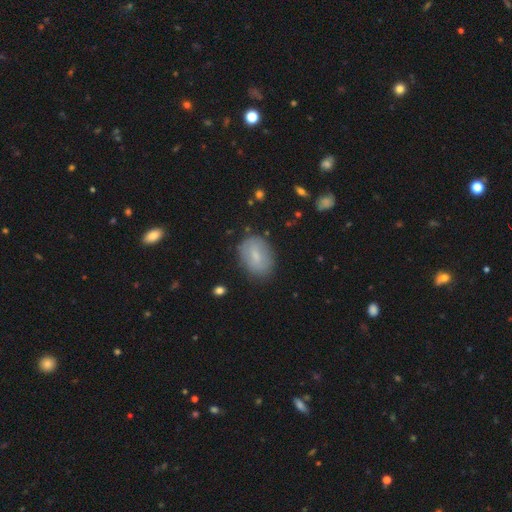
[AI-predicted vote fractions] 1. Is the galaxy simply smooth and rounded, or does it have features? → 63% smooth, 28% featured or disk, 8% star or artifact.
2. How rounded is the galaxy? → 79% in between, 19% round, 2% cigar-shaped.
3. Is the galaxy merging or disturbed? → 79% none, 16% minor disturbance, 4% major disturbance, 1% merger.